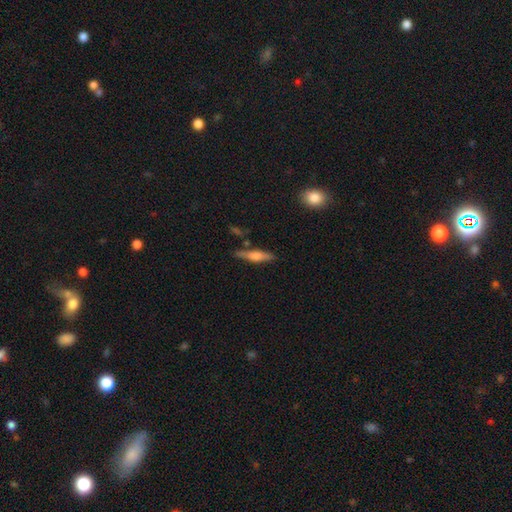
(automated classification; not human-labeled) Smooth or featured? smooth (48%)
Merging? none (80%)